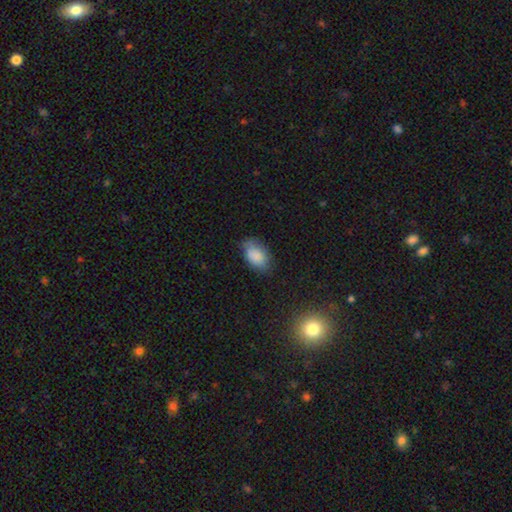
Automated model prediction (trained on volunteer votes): A smooth galaxy with no disk features (84%) that is in between round and cigar-shaped (89%). Merging: none (63%).